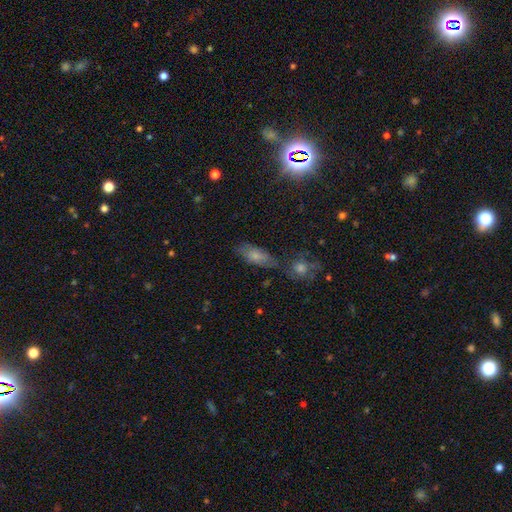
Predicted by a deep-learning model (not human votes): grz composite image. It shows a smooth galaxy with no disk features (71%) that is in between round and cigar-shaped (77%). Merging: none (61%).